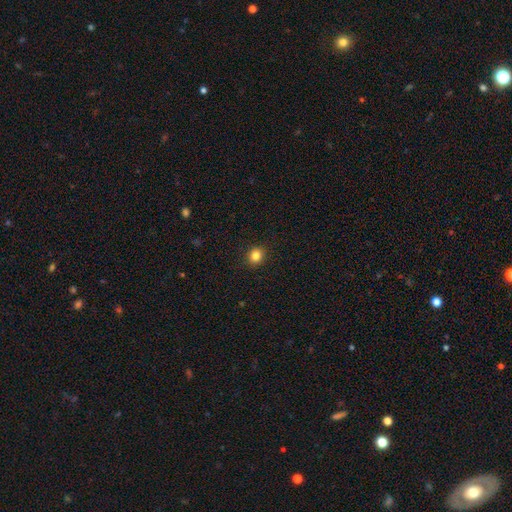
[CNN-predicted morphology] type=smooth (84%); roundness=round (73%); merging=none (91%).